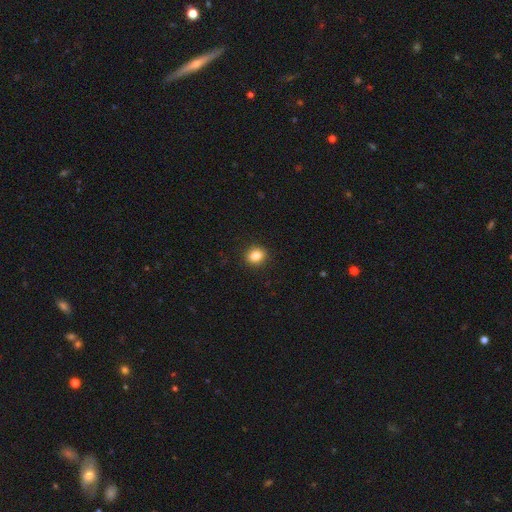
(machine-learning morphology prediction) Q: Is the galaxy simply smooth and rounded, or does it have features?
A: smooth — 85%.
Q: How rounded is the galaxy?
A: round — 65%.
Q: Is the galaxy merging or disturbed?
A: none — 91%.